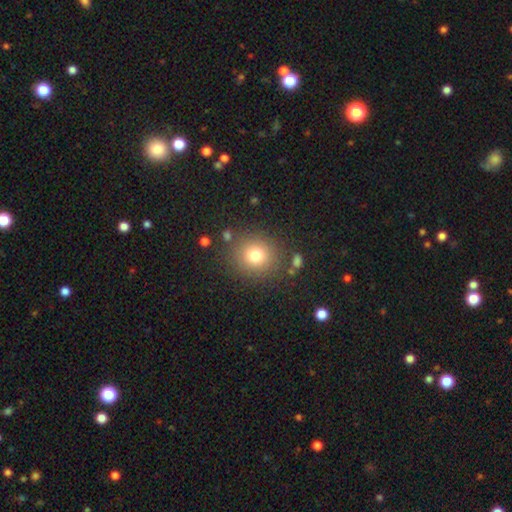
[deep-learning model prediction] Q: Smooth or featured?
A: smooth (76%); runner-up: star or artifact (14%)
Q: How rounded?
A: round (86%); runner-up: in between (13%)
Q: Merging?
A: none (83%); runner-up: minor disturbance (9%)